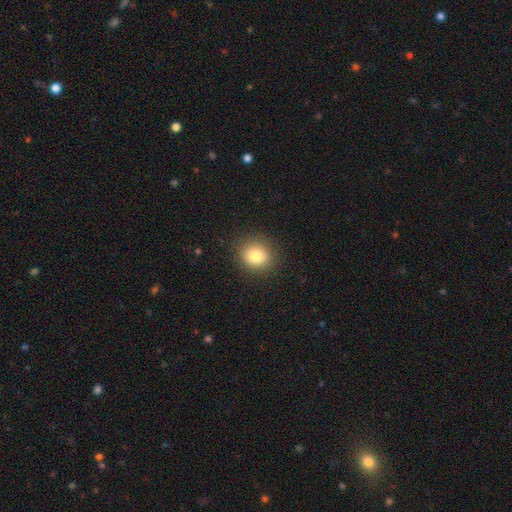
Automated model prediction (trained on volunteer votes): Smooth or featured? Predicted: smooth (p=0.81). How rounded? Predicted: round (p=0.83). Merging? Predicted: none (p=0.89).